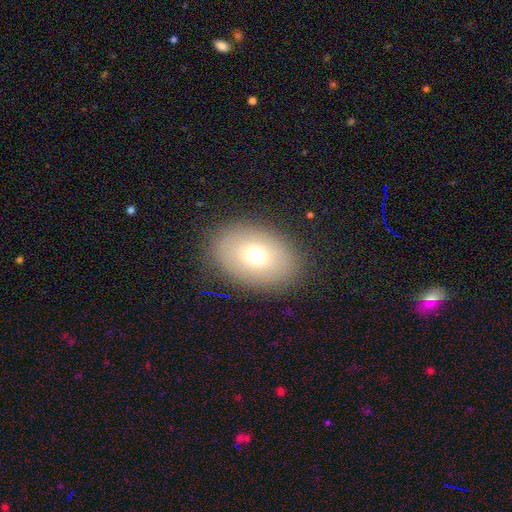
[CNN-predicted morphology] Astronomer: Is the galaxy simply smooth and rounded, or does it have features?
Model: smooth — 67%.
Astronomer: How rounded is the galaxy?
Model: in between — 78%.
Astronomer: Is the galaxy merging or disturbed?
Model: none — 86%.